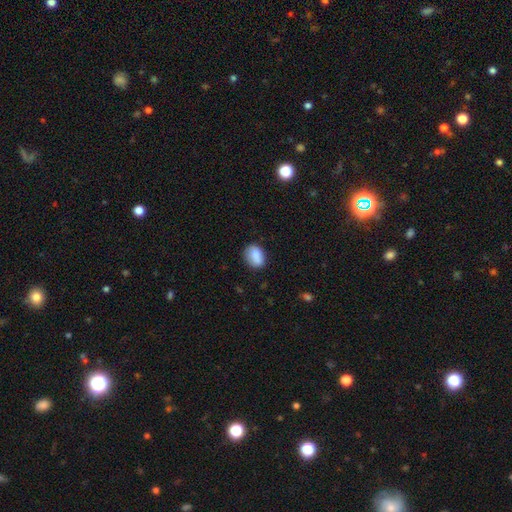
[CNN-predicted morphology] Smooth or featured? smooth (82%)
How rounded? in between (61%)
Merging? none (69%)